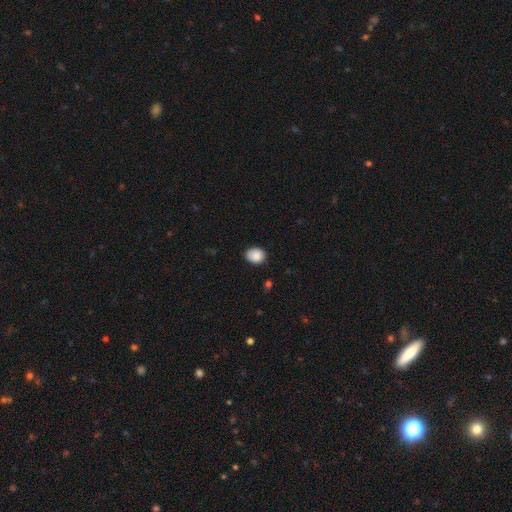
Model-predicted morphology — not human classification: type=smooth (87%); roundness=in between (51%); merging=none (80%).